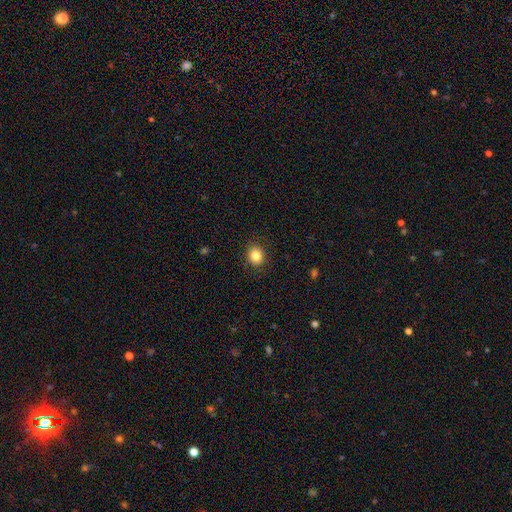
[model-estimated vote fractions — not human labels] Smooth or featured: smooth — 84% (star or artifact — 10%)
How rounded: round — 74% (in between — 25%)
Merging: none — 88% (minor disturbance — 8%)